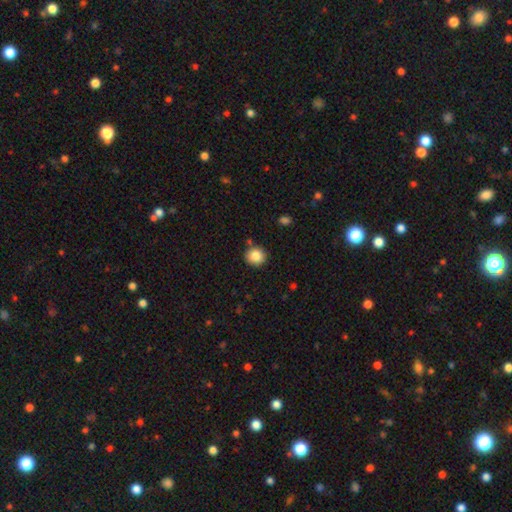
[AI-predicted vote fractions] This is clearly a smooth galaxy (85%). How rounded: clearly round (89%). Merging: clearly none (85%).